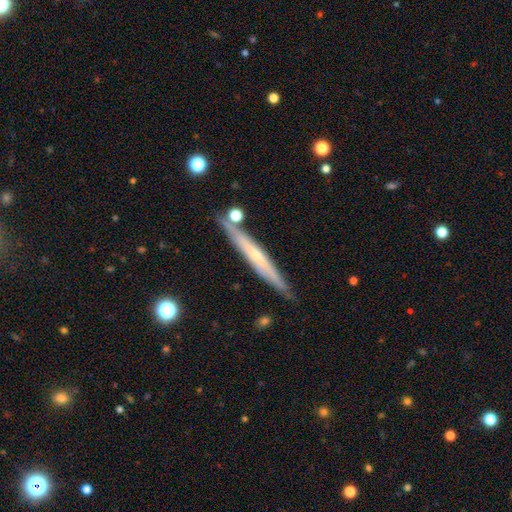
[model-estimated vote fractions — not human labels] Q: Smooth or featured?
A: featured or disk (58%); runner-up: smooth (36%)
Q: Edge-on disk?
A: yes (94%); runner-up: no (6%)
Q: Edge-on bulge?
A: none (54%); runner-up: rounded (41%)
Q: Merging?
A: none (83%); runner-up: minor disturbance (10%)